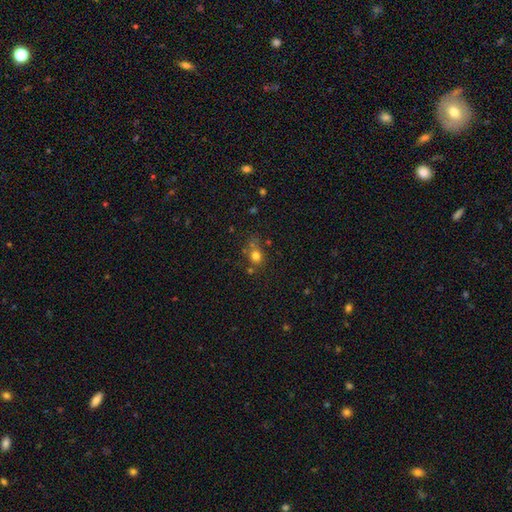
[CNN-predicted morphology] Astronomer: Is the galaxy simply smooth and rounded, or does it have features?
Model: smooth — 75%.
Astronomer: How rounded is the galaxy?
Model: round — 70%.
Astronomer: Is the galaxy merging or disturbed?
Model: none — 56%.